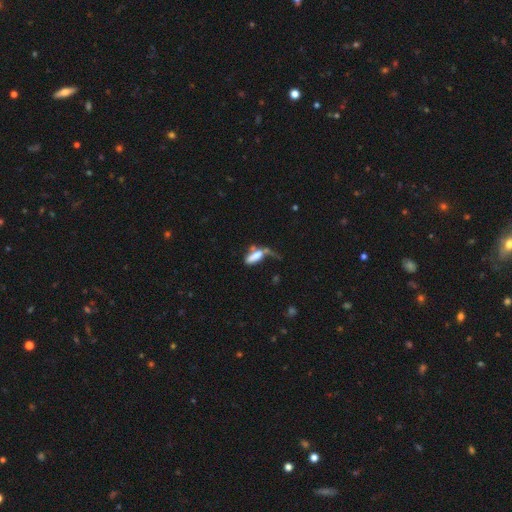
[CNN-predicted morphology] Overall: smooth (65%). How rounded: in between (57%; cigar-shaped 39%). Merging: major disturbance (30%; merger 25%).